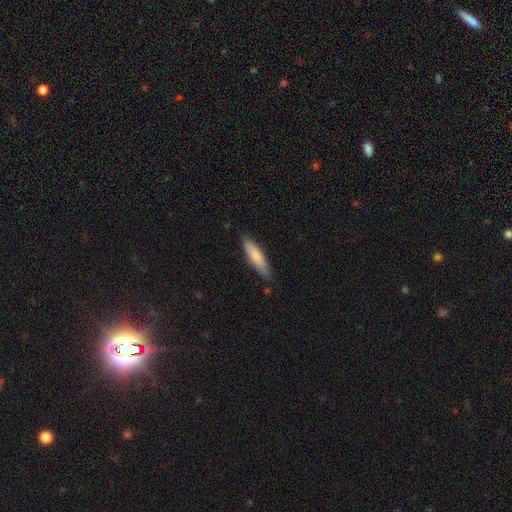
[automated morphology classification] Overall: smooth (77%). How rounded: cigar-shaped (77%). Merging: none (81%).